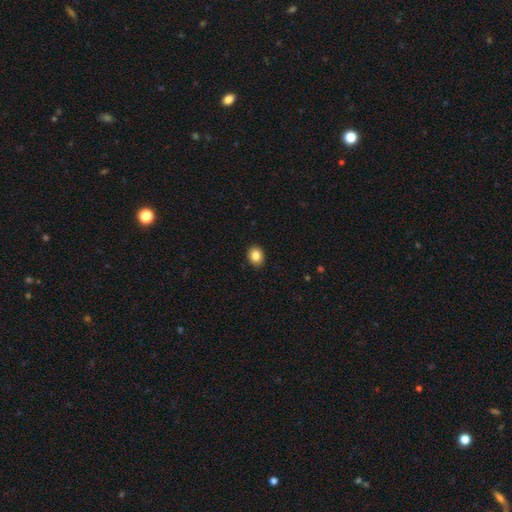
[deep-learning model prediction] Smooth or featured: smooth — 85% (star or artifact — 10%)
How rounded: round — 62% (in between — 37%)
Merging: none — 91% (minor disturbance — 6%)